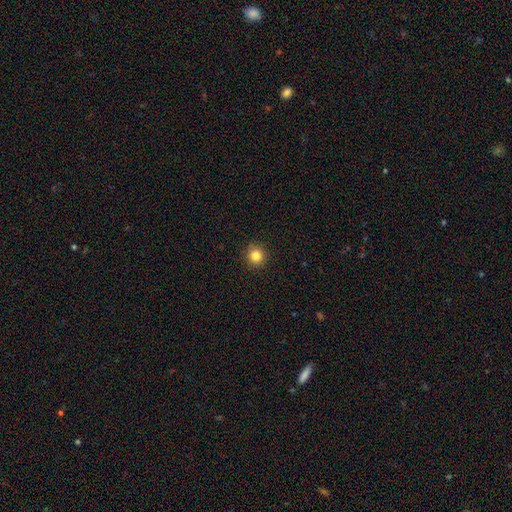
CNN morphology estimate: This is clearly a smooth galaxy (85%). How rounded: clearly round (93%). Merging: clearly none (90%).